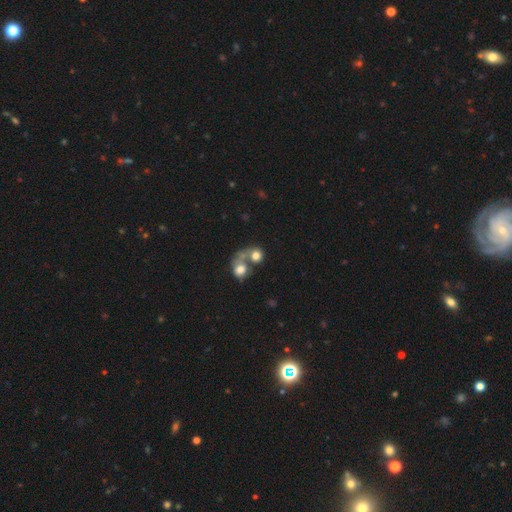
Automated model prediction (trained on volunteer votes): Q: Smooth or featured?
A: smooth (70%); runner-up: featured or disk (20%)
Q: How rounded?
A: round (74%); runner-up: in between (25%)
Q: Merging?
A: merger (63%); runner-up: none (20%)